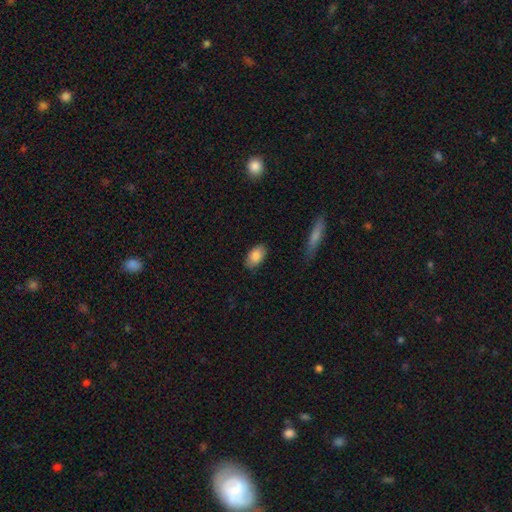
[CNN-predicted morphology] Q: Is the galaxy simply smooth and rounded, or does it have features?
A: smooth — 86%.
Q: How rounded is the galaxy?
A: in between — 92%.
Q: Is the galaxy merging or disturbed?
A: none — 85%.